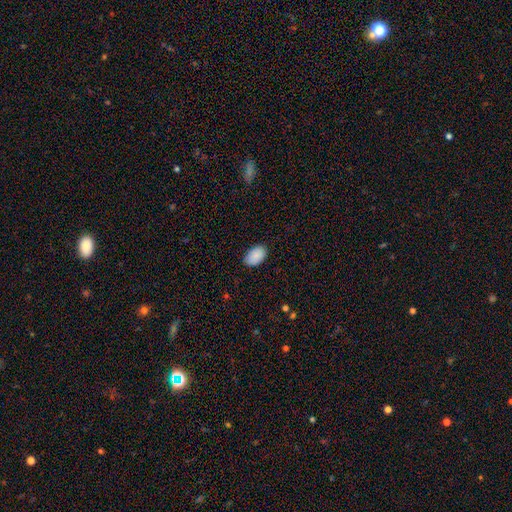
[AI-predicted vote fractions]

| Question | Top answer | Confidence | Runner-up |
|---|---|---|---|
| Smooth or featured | smooth | 89% | star or artifact (7%) |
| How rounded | in between | 92% | round (7%) |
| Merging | none | 83% | minor disturbance (14%) |